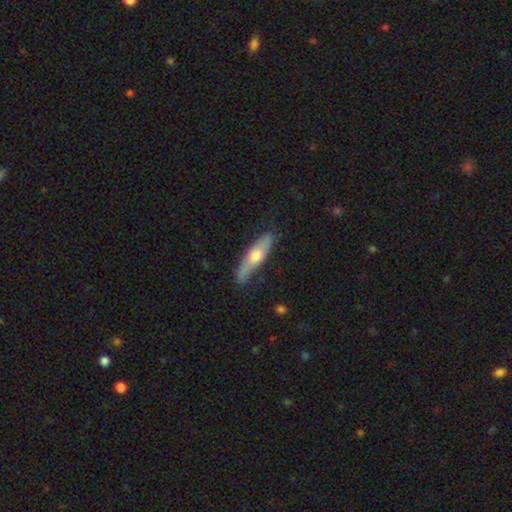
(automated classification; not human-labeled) Morphology: type=smooth (51%); roundness=cigar-shaped (71%); merging=none (80%).